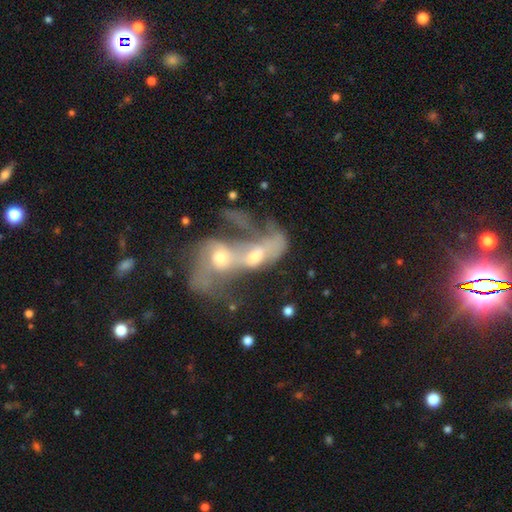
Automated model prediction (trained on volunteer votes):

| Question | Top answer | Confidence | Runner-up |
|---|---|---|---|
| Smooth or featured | featured or disk | 56% | smooth (31%) |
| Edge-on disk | no | 93% | yes (7%) |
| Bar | no | 74% | weak (19%) |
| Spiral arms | no | 56% | yes (44%) |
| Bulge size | moderate | 57% | small (23%) |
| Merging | merger | 84% | major disturbance (10%) |